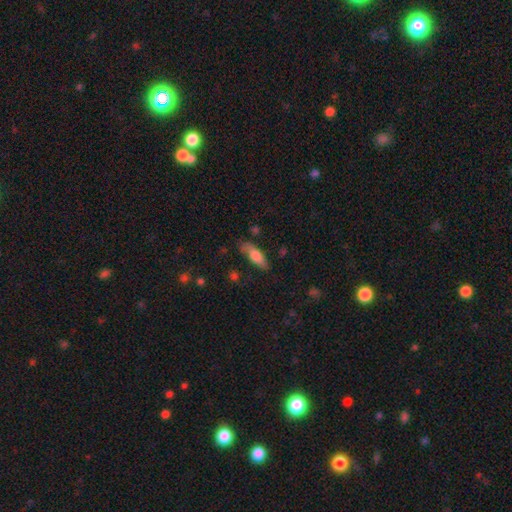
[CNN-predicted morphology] Overall: smooth (72%). How rounded: in between (55%; cigar-shaped 42%). Merging: none (70%).